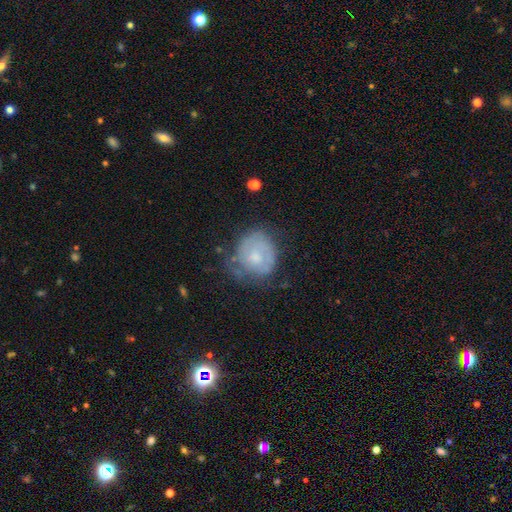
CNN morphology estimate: smooth-or-featured: featured or disk: 50% | smooth: 40% | star or artifact: 10%
  disk-edge-on: no: 97% | yes: 3%
  merging: none: 59% | minor disturbance: 26% | major disturbance: 12% | merger: 2%